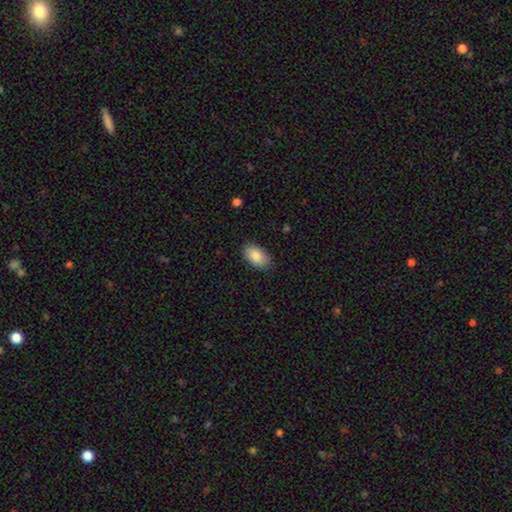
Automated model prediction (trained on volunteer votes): Smooth or featured? Predicted: smooth (p=0.85). How rounded? Predicted: in between (p=0.94). Merging? Predicted: none (p=0.87).